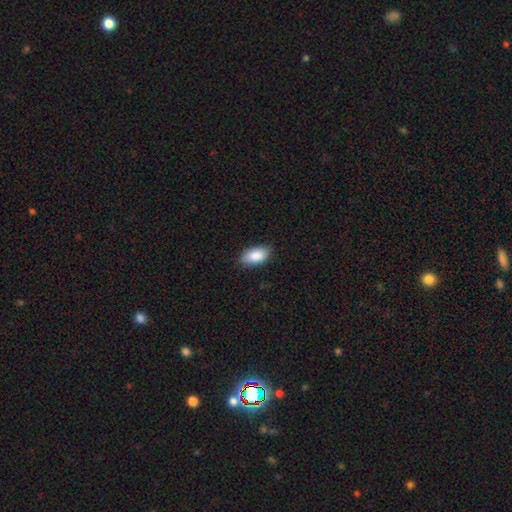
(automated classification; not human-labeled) Smooth or featured: smooth — 89% (star or artifact — 6%)
How rounded: in between — 94% (round — 3%)
Merging: none — 85% (minor disturbance — 12%)